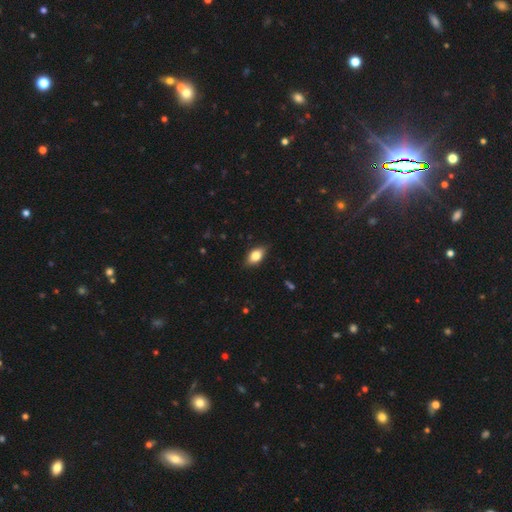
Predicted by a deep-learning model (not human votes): Q: Smooth or featured?
A: smooth (81%); runner-up: featured or disk (12%)
Q: How rounded?
A: in between (88%); runner-up: round (8%)
Q: Merging?
A: none (84%); runner-up: minor disturbance (13%)